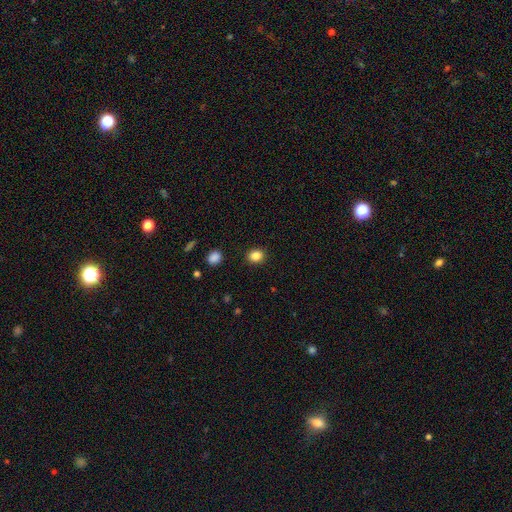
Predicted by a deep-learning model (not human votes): smooth-or-featured: smooth: 85% | star or artifact: 10% | featured or disk: 4%
  how-rounded: round: 60% | in between: 39% | cigar-shaped: 1%
  merging: none: 90% | minor disturbance: 7% | major disturbance: 2% | merger: 1%